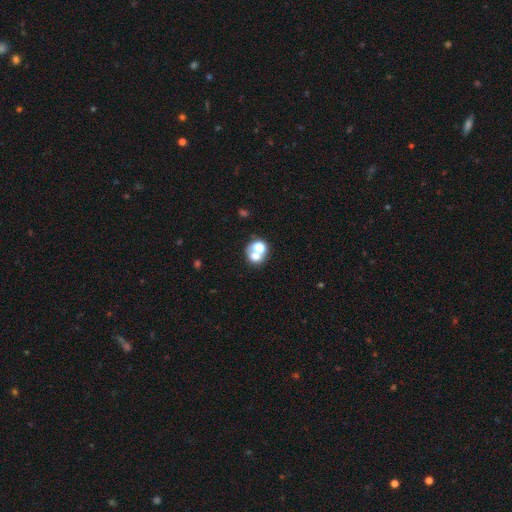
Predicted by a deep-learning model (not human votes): This appears to be a smooth galaxy with no disk features (60%) that is round (71%). Merging: merger (47%).